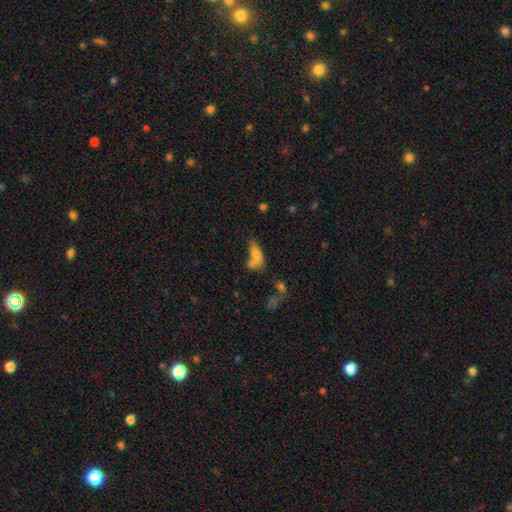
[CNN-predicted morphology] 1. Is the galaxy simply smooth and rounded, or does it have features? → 68% smooth, 21% featured or disk, 11% star or artifact.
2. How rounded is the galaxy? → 70% in between, 24% cigar-shaped, 6% round.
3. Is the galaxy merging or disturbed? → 42% merger, 32% none, 15% minor disturbance, 11% major disturbance.